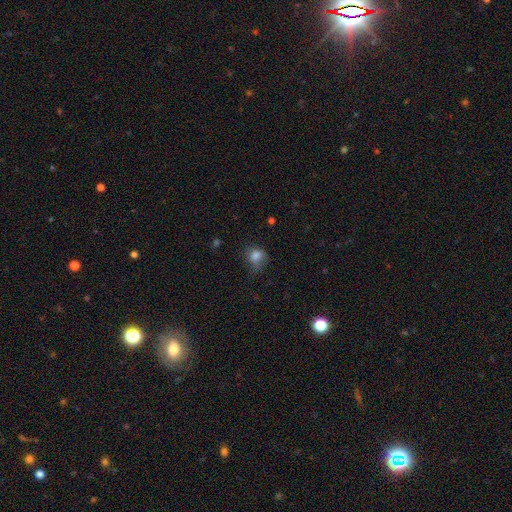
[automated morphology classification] smooth_or_featured: smooth (p=0.80) [alt: star or artifact p=0.11]
how_rounded: round (p=0.58) [alt: in between p=0.41]
merging: none (p=0.48) [alt: minor disturbance p=0.31]